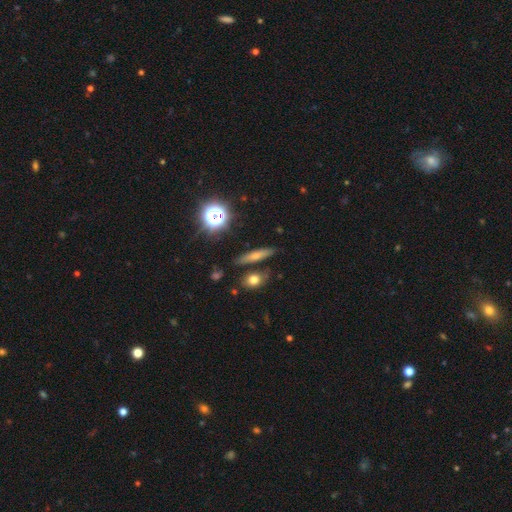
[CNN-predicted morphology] Smooth or featured? smooth (60%)
How rounded? cigar-shaped (73%)
Merging? none (81%)